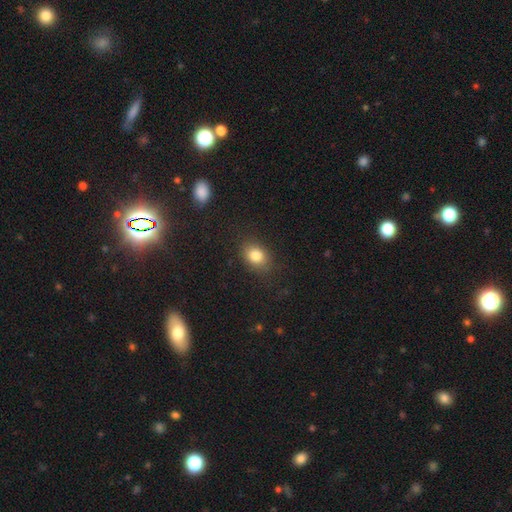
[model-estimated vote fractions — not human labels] The model was most divided on "how rounded": in between: 62%, round: 37%, cigar-shaped: 1%. More confident: smooth or featured — smooth (82%); merging — none (80%).